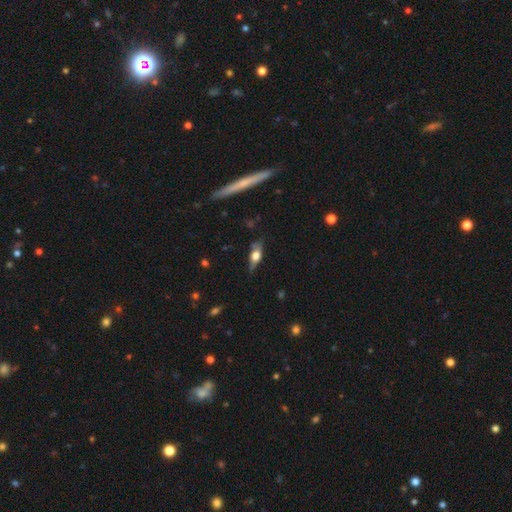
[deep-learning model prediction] smooth-or-featured: featured or disk: 49% | smooth: 43% | star or artifact: 8%
  merging: none: 69% | minor disturbance: 21% | major disturbance: 7% | merger: 3%